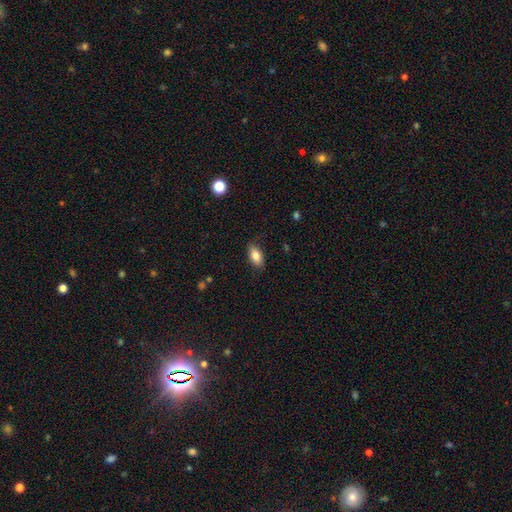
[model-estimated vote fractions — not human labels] This is clearly a smooth galaxy (83%). How rounded: clearly in between (89%). Merging: clearly none (82%).